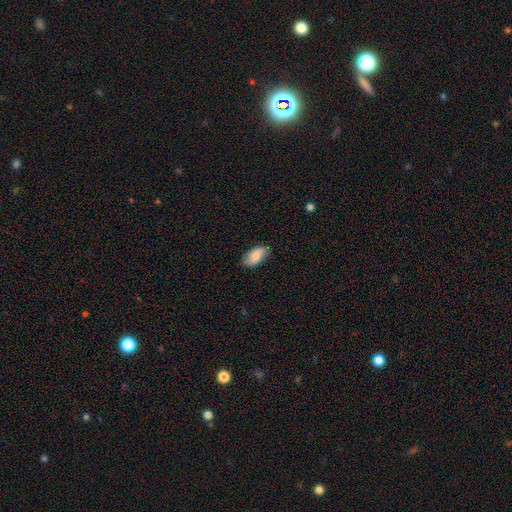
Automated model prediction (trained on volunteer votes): This appears to be a smooth galaxy with no disk features (76%) that is in between round and cigar-shaped (91%). Merging: none (79%).